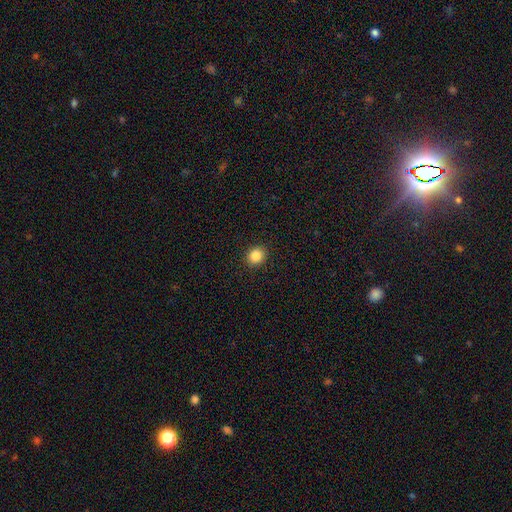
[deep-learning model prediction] This appears to be a smooth galaxy with no disk features (86%) that is round (78%). Merging: none (91%).